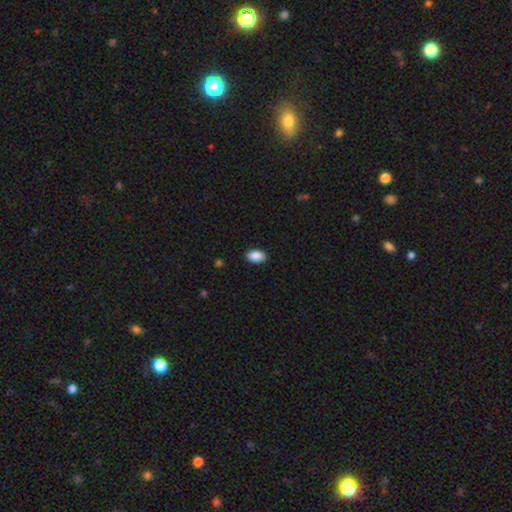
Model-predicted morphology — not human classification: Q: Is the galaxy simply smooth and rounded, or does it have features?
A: smooth — 90%.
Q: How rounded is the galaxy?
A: in between — 93%.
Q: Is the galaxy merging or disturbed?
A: none — 89%.